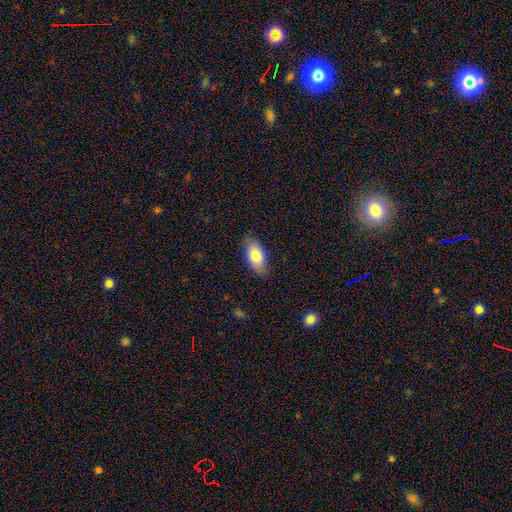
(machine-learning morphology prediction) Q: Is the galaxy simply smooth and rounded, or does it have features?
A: smooth — 79%.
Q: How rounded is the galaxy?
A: in between — 90%.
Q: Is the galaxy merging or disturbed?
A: none — 82%.